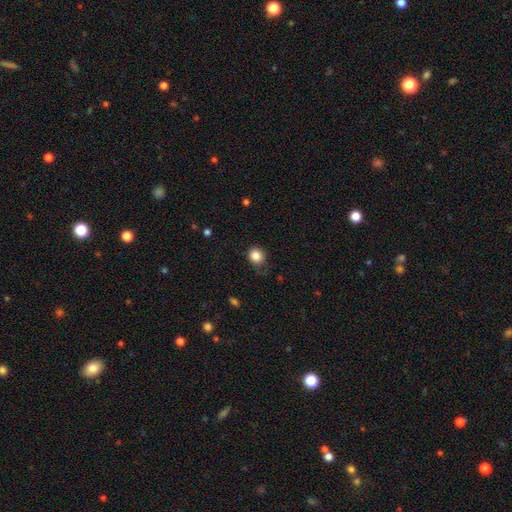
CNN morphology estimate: smooth 85%, star or artifact 11%, featured or disk 5%. Down the decision tree: how rounded — round (80%); merging — none (71%).